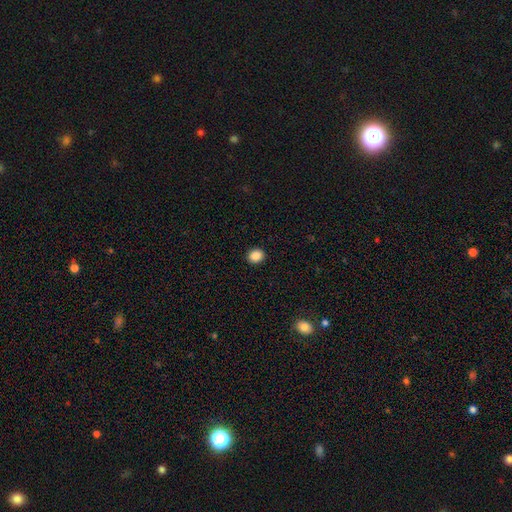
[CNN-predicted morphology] smooth 87%, star or artifact 10%, featured or disk 4%. Down the decision tree: how rounded — round (74%); merging — none (93%).